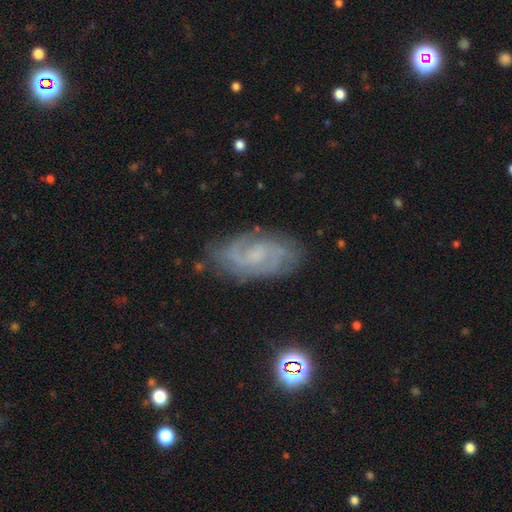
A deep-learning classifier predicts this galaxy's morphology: This appears to be a featured or disk galaxy (75%) with a weak bar (49%), 2 (60%) medium (44%) spiral arms (94%) and a small central bulge (46%). Merging: none (78%).